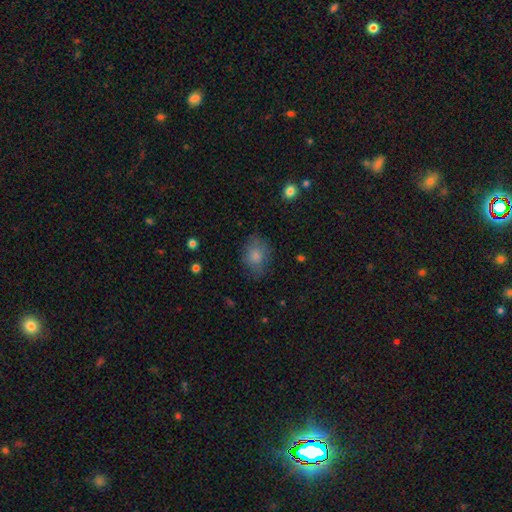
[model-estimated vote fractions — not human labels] Smooth or featured?
  - smooth: 77% *
  - featured or disk: 13%
  - star or artifact: 9%
How rounded?
  - in between: 53% *
  - round: 46%
  - cigar-shaped: 1%
Merging?
  - none: 65% *
  - minor disturbance: 23%
  - major disturbance: 11%
  - merger: 2%